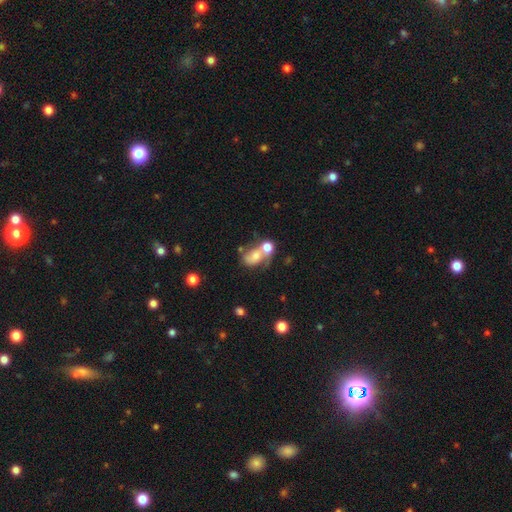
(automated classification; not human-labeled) Smooth or featured? Predicted: smooth (p=0.52). How rounded? Predicted: in between (p=0.62). Merging? Predicted: merger (p=0.53).